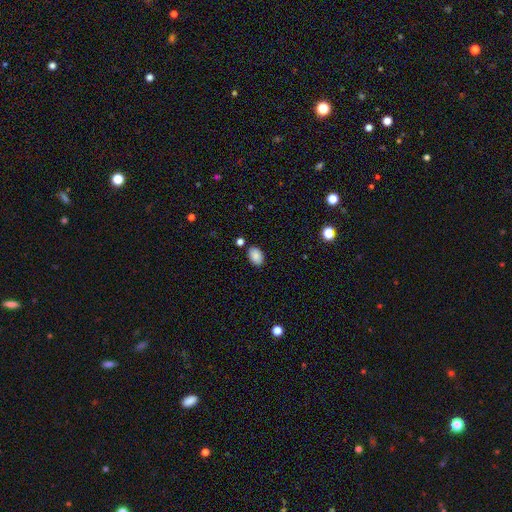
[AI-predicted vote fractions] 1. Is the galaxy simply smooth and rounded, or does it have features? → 87% smooth, 8% star or artifact, 5% featured or disk.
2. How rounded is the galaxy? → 87% in between, 12% round, 1% cigar-shaped.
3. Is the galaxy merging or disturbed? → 84% none, 10% minor disturbance, 3% merger, 2% major disturbance.